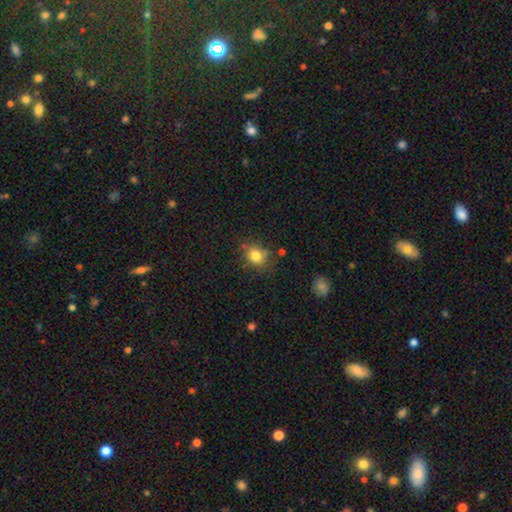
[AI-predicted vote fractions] smooth 79%, star or artifact 13%, featured or disk 9%. Down the decision tree: how rounded — round (66%); merging — none (73%).